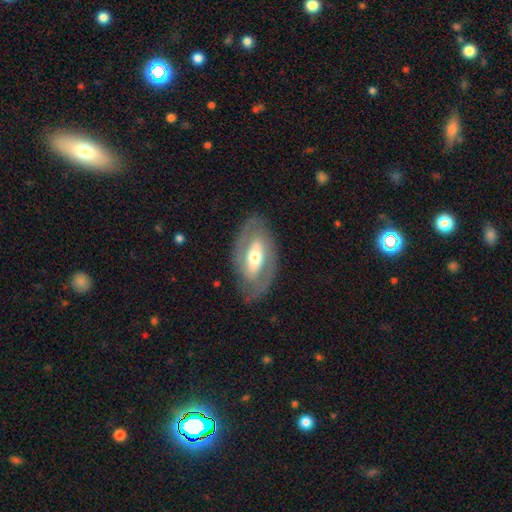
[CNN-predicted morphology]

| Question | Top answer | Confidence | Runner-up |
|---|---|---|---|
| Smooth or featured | featured or disk | 67% | smooth (22%) |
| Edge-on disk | no | 86% | yes (14%) |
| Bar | no | 49% | weak (33%) |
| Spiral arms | yes | 56% | no (44%) |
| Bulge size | moderate | 68% | small (18%) |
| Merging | none | 82% | minor disturbance (12%) |